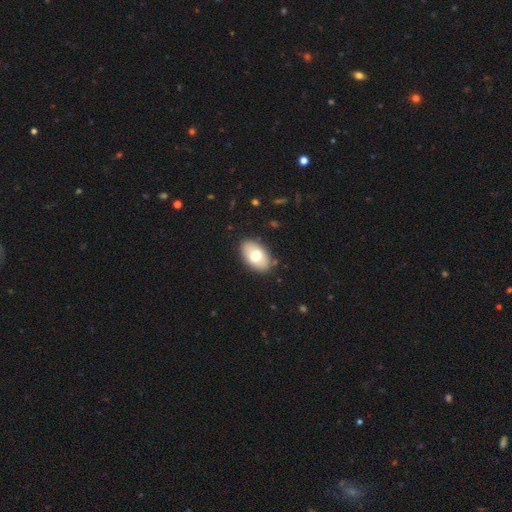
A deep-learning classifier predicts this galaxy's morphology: smooth 70%, featured or disk 23%, star or artifact 7%. Down the decision tree: how rounded — in between (91%); merging — none (86%).